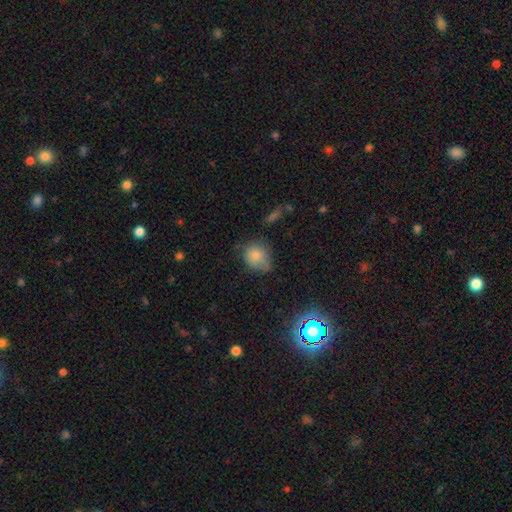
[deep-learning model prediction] The model was most divided on "merging": none: 47%, minor disturbance: 37%, major disturbance: 12%, merger: 4%. More confident: smooth or featured — smooth (79%); how rounded — round (59%).